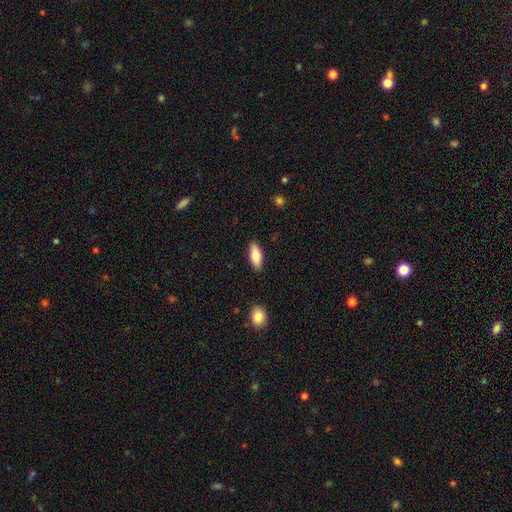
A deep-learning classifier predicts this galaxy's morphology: Smooth or featured? smooth (73%)
How rounded? in between (73%)
Merging? none (88%)